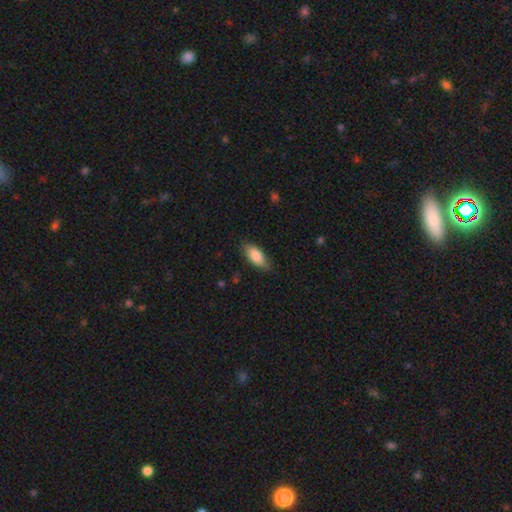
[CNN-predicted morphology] Smooth or featured? smooth (82%)
How rounded? in between (83%)
Merging? none (76%)